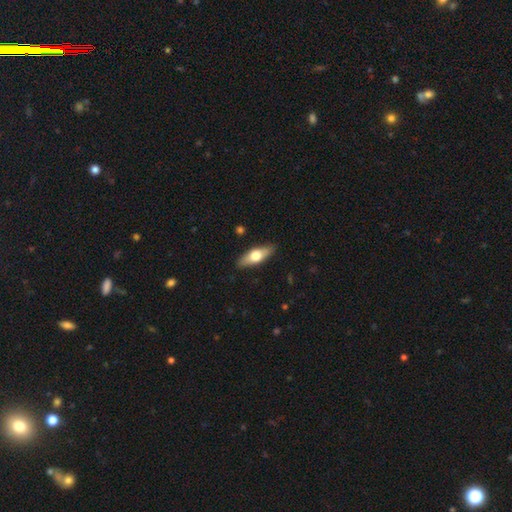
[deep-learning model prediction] This appears to be a smooth galaxy with no disk features (57%) that is in between round and cigar-shaped (62%). Merging: none (88%).